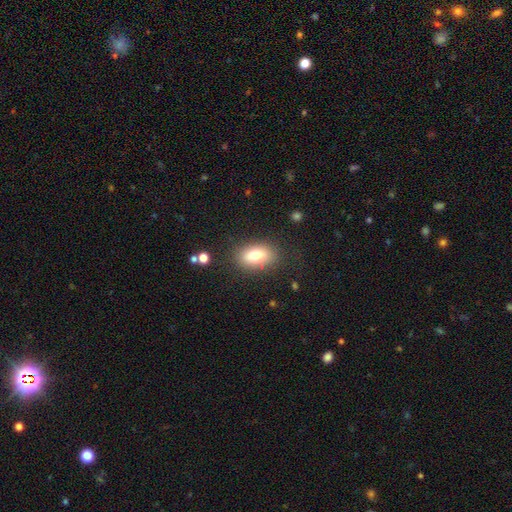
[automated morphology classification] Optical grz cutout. It shows a smooth galaxy with no disk features (77%) that is in between round and cigar-shaped (86%). Merging: none (82%).